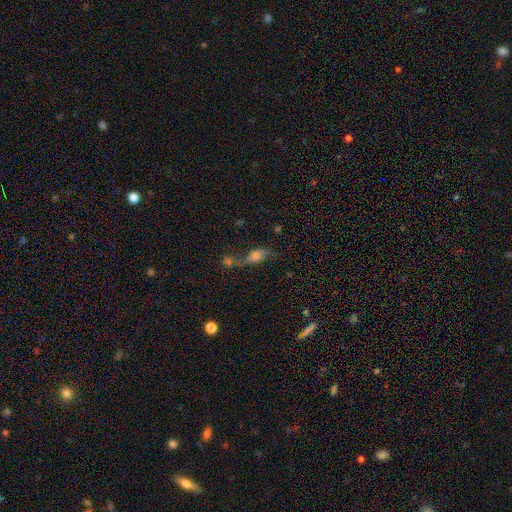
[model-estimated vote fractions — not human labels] The model was most divided on "smooth or featured": smooth: 45%, featured or disk: 41%, star or artifact: 14%. Remaining: merging — none (40%).